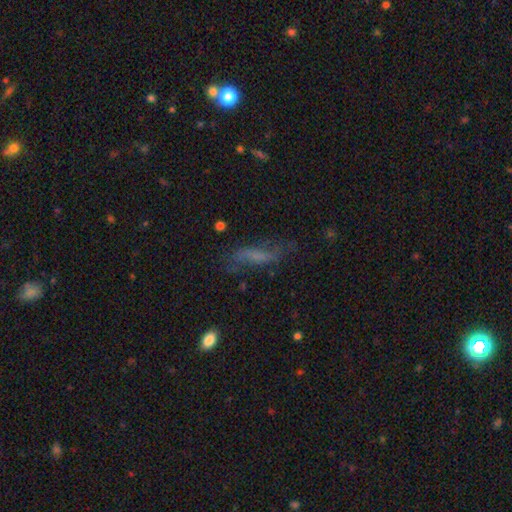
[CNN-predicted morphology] Q: Smooth or featured?
A: smooth (44%); runner-up: featured or disk (41%)
Q: Merging?
A: none (58%); runner-up: minor disturbance (23%)